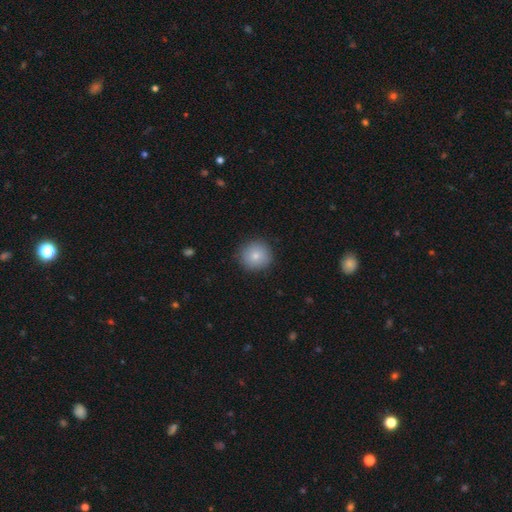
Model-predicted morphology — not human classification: Smooth or featured? smooth (81%)
How rounded? round (93%)
Merging? none (89%)